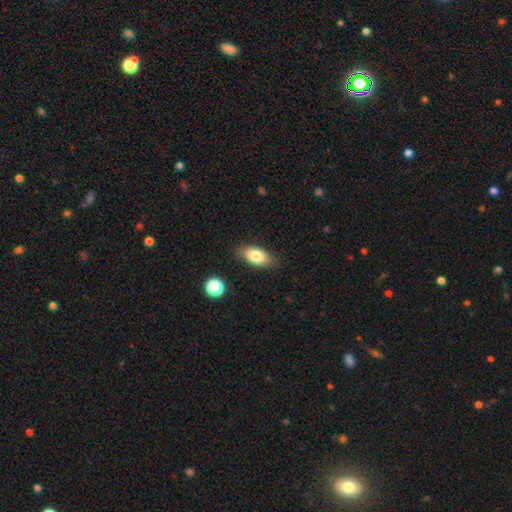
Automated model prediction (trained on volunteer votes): smooth 82%, featured or disk 11%, star or artifact 8%. Down the decision tree: how rounded — in between (90%); merging — none (83%).